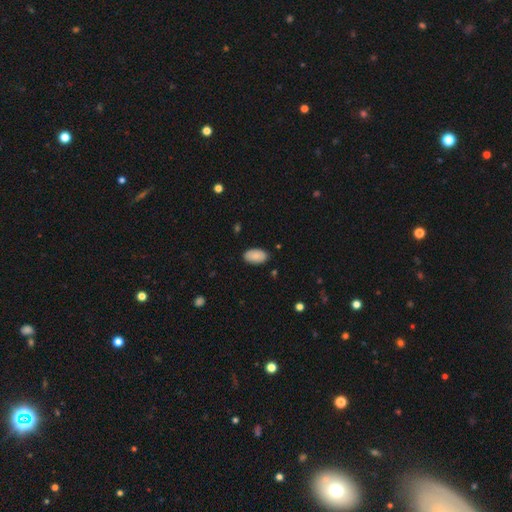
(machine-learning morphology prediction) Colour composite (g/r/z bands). It shows a smooth galaxy with no disk features (85%) that is in between round and cigar-shaped (95%). Merging: none (86%).